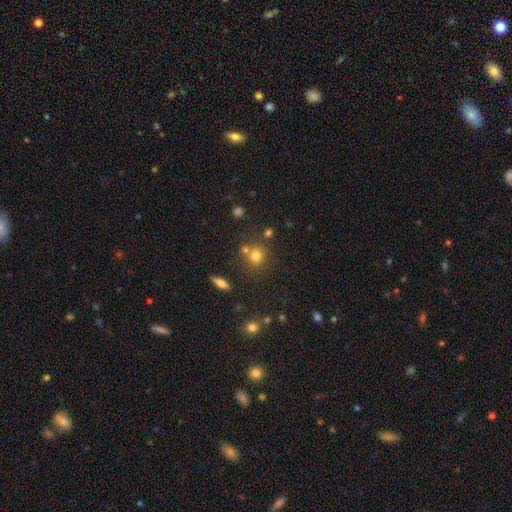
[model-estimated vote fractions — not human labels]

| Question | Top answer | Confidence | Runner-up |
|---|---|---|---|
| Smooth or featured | smooth | 73% | star or artifact (16%) |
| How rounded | round | 86% | in between (13%) |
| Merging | none | 64% | merger (22%) |